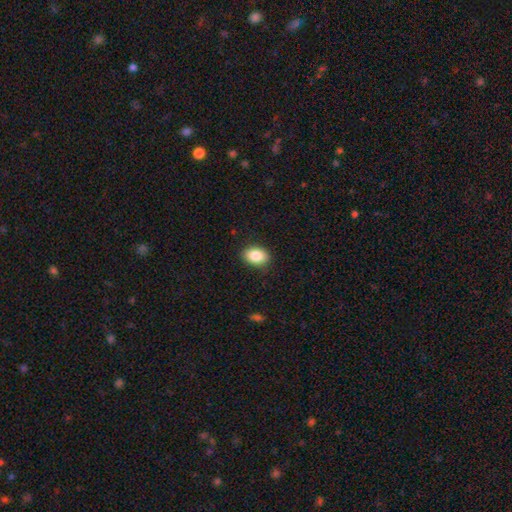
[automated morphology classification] smooth 87%, star or artifact 8%, featured or disk 5%. Down the decision tree: how rounded — in between (81%); merging — none (88%).